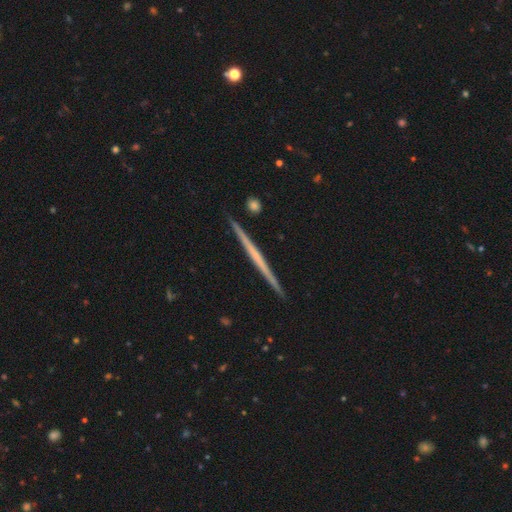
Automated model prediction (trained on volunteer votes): This is likely a featured or disk galaxy (69%). It is clearly viewed edge-on (98%). Edge-on bulge: clearly none (83%). Merging: clearly none (93%).